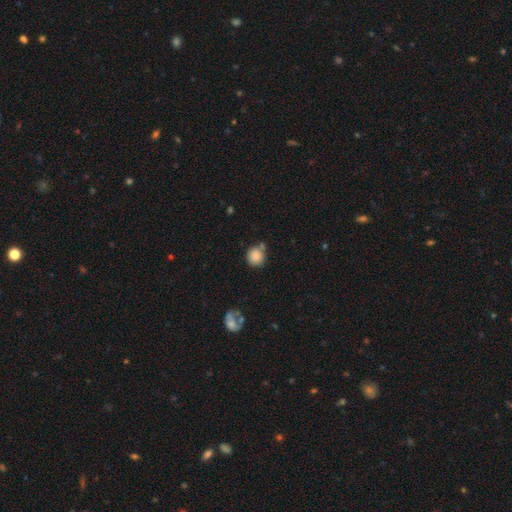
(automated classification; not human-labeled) Q: Smooth or featured?
A: smooth (86%); runner-up: star or artifact (9%)
Q: How rounded?
A: round (88%); runner-up: in between (11%)
Q: Merging?
A: none (64%); runner-up: minor disturbance (17%)